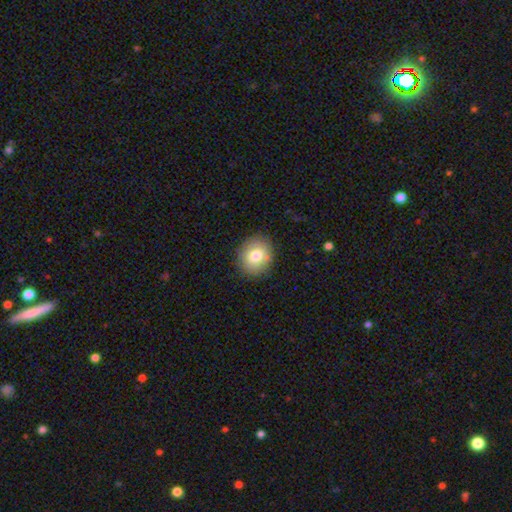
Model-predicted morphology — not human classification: smooth-or-featured: smooth: 78% | featured or disk: 13% | star or artifact: 9%
  how-rounded: round: 72% | in between: 27% | cigar-shaped: 1%
  merging: none: 88% | minor disturbance: 9% | major disturbance: 2% | merger: 1%